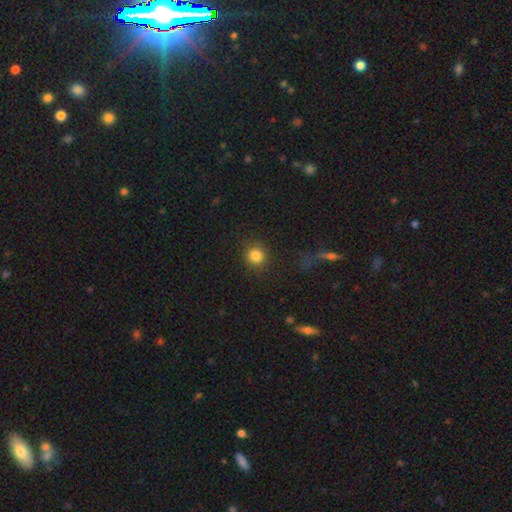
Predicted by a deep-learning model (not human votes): The model was most divided on "smooth or featured": smooth: 84%, star or artifact: 11%, featured or disk: 5%. More confident: how rounded — round (91%); merging — none (88%).